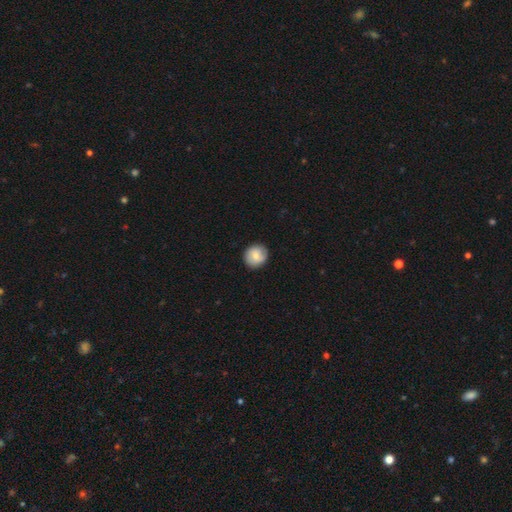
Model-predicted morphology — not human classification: Smooth or featured: smooth — 73% (featured or disk — 20%)
How rounded: round — 87% (in between — 12%)
Merging: none — 88% (minor disturbance — 9%)